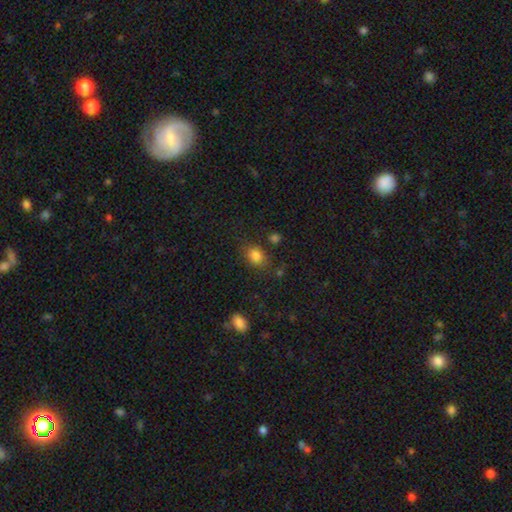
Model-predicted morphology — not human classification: smooth-or-featured: smooth: 82% | star or artifact: 12% | featured or disk: 6%
  how-rounded: in between: 54% | round: 45% | cigar-shaped: 1%
  merging: none: 75% | minor disturbance: 15% | major disturbance: 5% | merger: 4%